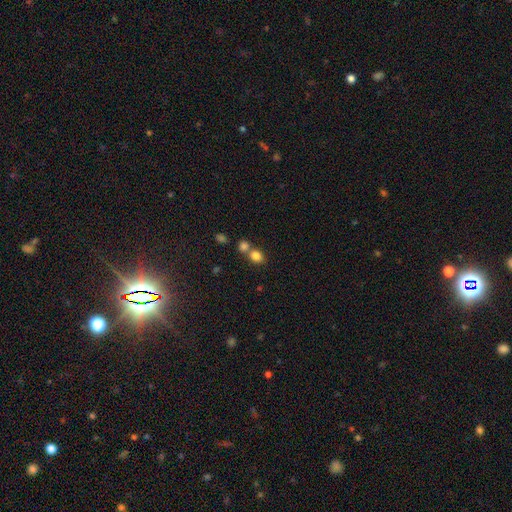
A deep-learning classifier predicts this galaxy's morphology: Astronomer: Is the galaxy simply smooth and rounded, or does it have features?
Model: smooth — 81%.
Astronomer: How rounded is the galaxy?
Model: round — 57% (runner-up: in between, 41%).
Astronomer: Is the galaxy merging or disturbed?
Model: none — 46% (runner-up: merger, 43%).